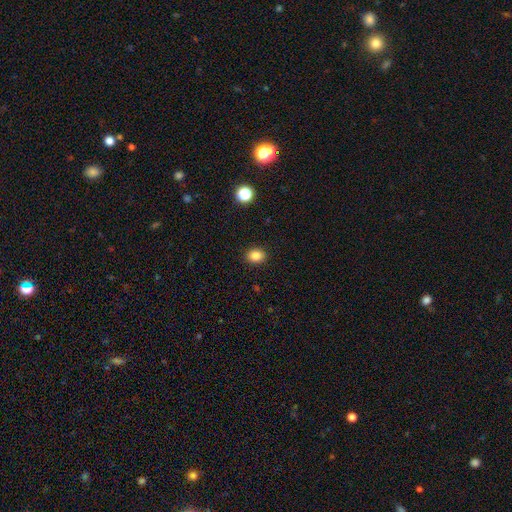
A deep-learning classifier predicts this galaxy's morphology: smooth-or-featured: smooth: 84% | star or artifact: 11% | featured or disk: 5%
  how-rounded: in between: 53% | round: 46% | cigar-shaped: 1%
  merging: none: 90% | minor disturbance: 7% | major disturbance: 2% | merger: 1%